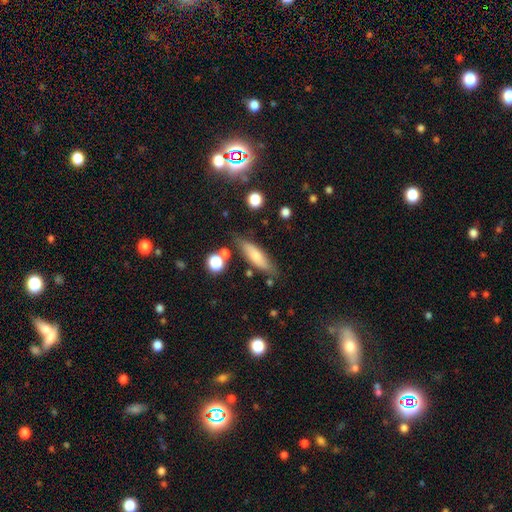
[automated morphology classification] Q: Smooth or featured?
A: smooth (66%); runner-up: featured or disk (27%)
Q: How rounded?
A: cigar-shaped (58%); runner-up: in between (40%)
Q: Merging?
A: none (75%); runner-up: minor disturbance (16%)